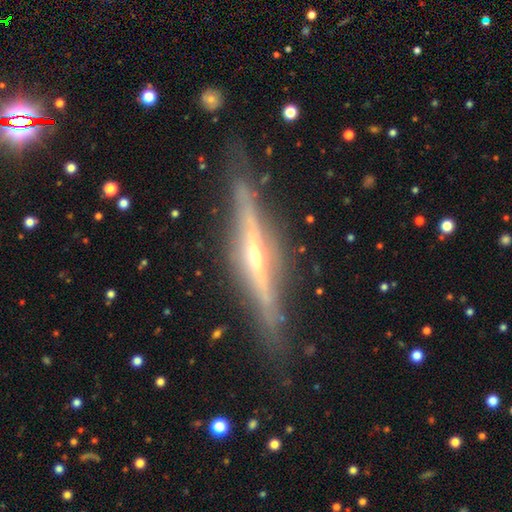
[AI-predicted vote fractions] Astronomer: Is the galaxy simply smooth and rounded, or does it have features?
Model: featured or disk — 83%.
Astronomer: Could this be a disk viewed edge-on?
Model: yes — 96%.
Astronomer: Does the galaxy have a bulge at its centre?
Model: rounded — 72%.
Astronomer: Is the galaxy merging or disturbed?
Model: none — 83%.